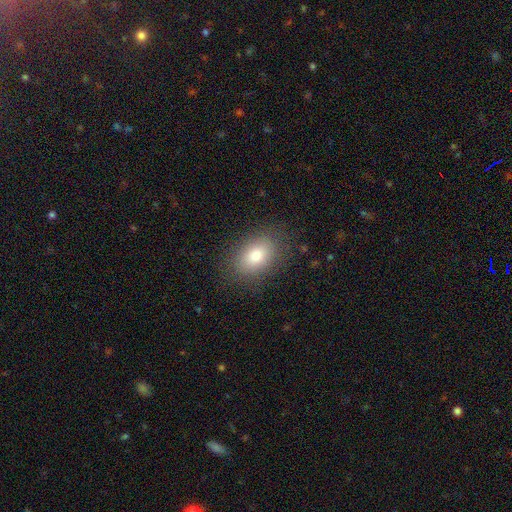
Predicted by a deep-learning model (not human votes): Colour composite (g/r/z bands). It shows a smooth galaxy with no disk features (82%) that is in between round and cigar-shaped (83%). Merging: none (84%).